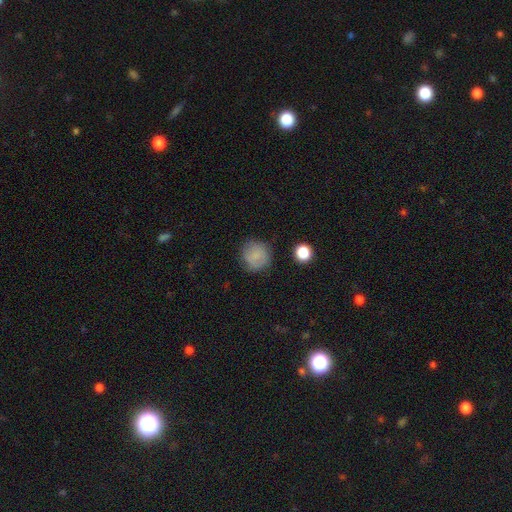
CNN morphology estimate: smooth-or-featured: smooth: 78% | featured or disk: 11% | star or artifact: 10%
  how-rounded: round: 91% | in between: 8% | cigar-shaped: 1%
  merging: none: 79% | minor disturbance: 14% | major disturbance: 4% | merger: 2%